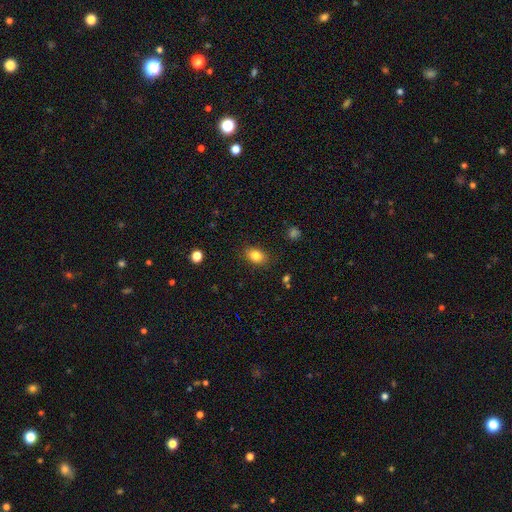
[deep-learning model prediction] This appears to be a smooth galaxy with no disk features (83%) that is in between round and cigar-shaped (74%). Merging: none (86%).